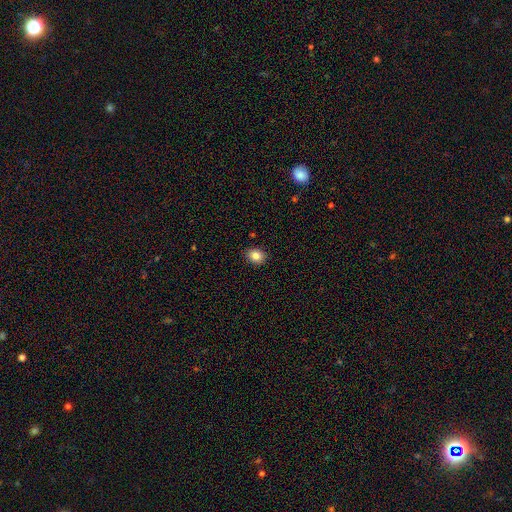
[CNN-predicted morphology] smooth_or_featured: smooth (p=0.85) [alt: star or artifact p=0.10]
how_rounded: in between (p=0.50) [tied with: round p=0.50]
merging: none (p=0.90) [alt: minor disturbance p=0.08]